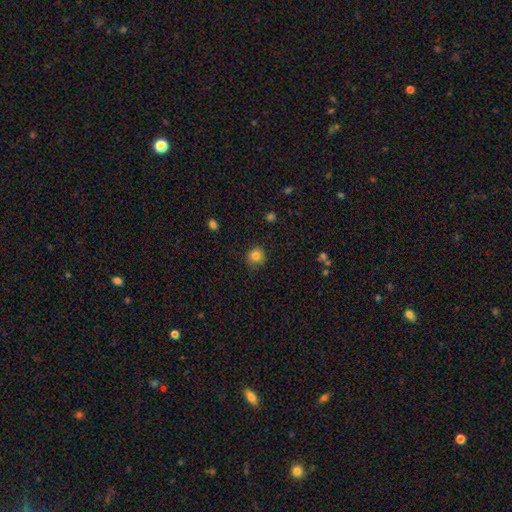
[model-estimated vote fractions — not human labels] Morphology: type=smooth (83%); roundness=round (90%); merging=none (81%).